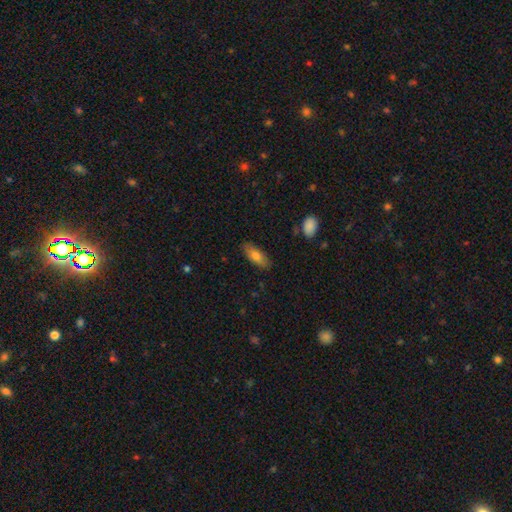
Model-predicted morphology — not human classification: smooth-or-featured: smooth: 75% | featured or disk: 18% | star or artifact: 7%
  how-rounded: in between: 78% | cigar-shaped: 20% | round: 2%
  merging: none: 83% | minor disturbance: 13% | major disturbance: 2% | merger: 1%